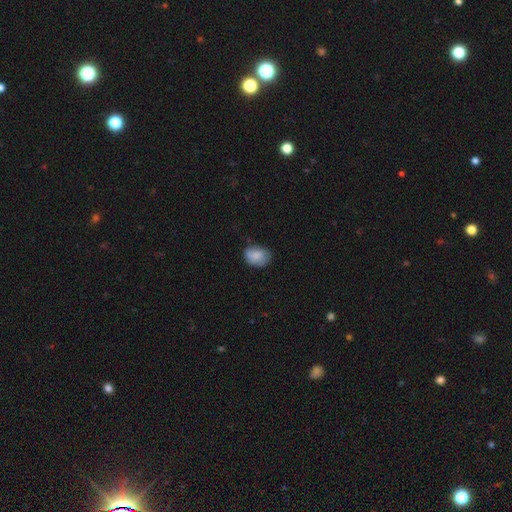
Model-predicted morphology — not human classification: Overall: smooth (79%). How rounded: in between (66%; round 33%). Merging: none (61%; minor disturbance 30%).